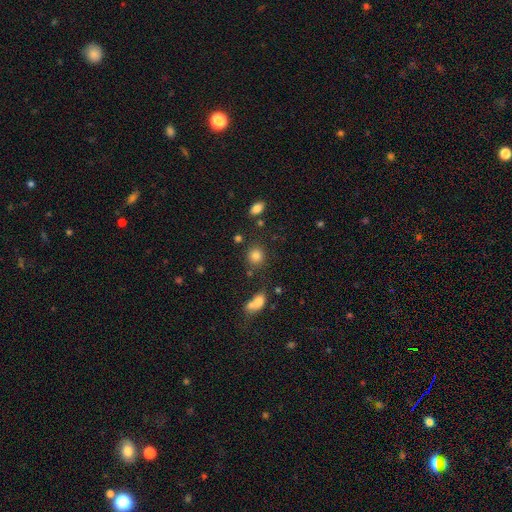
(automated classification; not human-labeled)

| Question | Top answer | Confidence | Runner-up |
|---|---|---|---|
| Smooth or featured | smooth | 81% | star or artifact (12%) |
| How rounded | round | 84% | in between (15%) |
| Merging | none | 79% | minor disturbance (10%) |